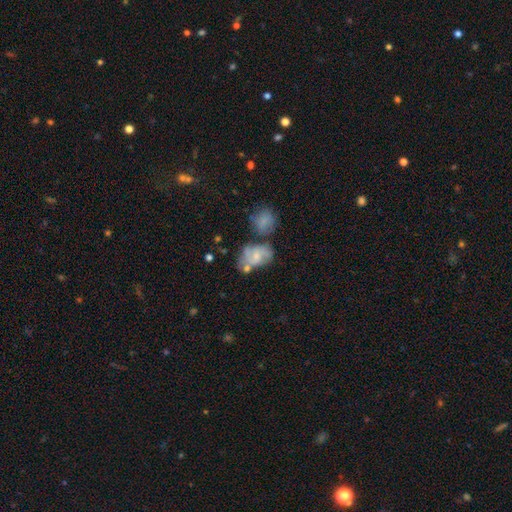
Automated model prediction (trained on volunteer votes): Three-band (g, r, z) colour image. It shows a featured or disk galaxy (53%) with no bar (65%), spiral arms (77%) and a small central bulge (57%). Merging: none (37%).